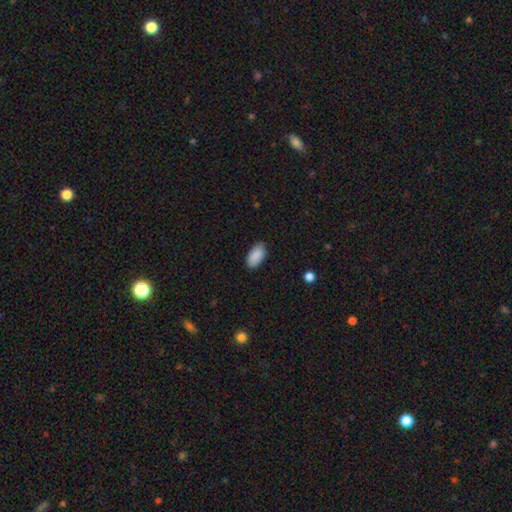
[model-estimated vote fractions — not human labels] This appears to be a smooth galaxy with no disk features (90%) that is in between round and cigar-shaped (95%). Merging: none (84%).